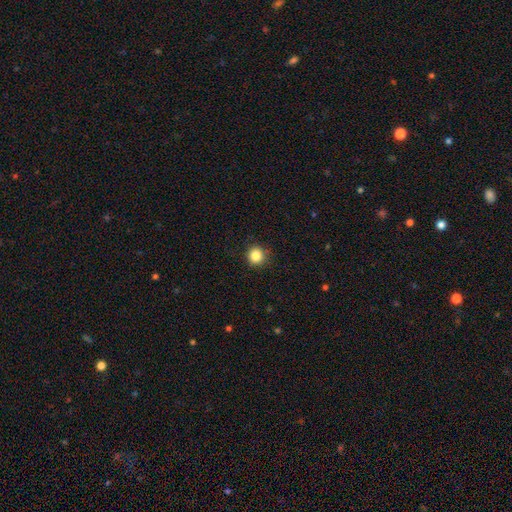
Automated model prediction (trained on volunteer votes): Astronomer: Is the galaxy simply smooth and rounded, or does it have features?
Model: smooth — 85%.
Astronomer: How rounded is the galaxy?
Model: round — 92%.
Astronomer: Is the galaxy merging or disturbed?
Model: none — 90%.